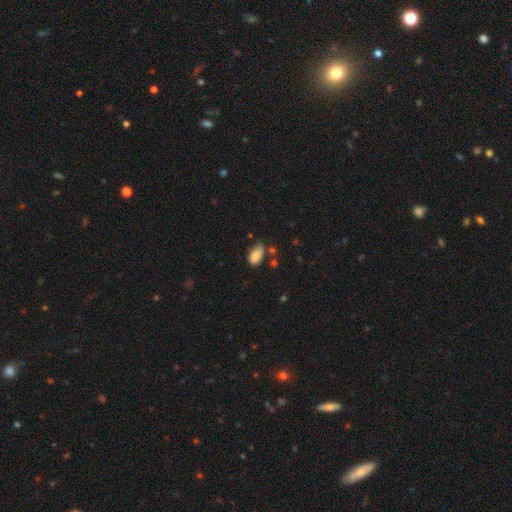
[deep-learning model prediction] smooth-or-featured: smooth: 84% | star or artifact: 8% | featured or disk: 8%
  how-rounded: in between: 93% | round: 4% | cigar-shaped: 2%
  merging: none: 49% | minor disturbance: 34% | major disturbance: 9% | merger: 9%